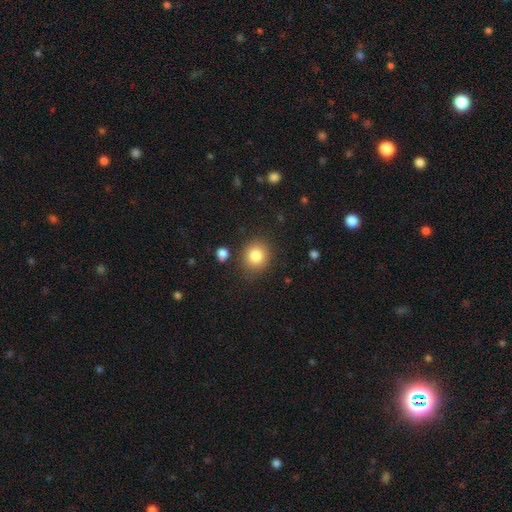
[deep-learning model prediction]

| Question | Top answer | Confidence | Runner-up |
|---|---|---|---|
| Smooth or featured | smooth | 83% | star or artifact (10%) |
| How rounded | round | 80% | in between (19%) |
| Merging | none | 84% | minor disturbance (9%) |